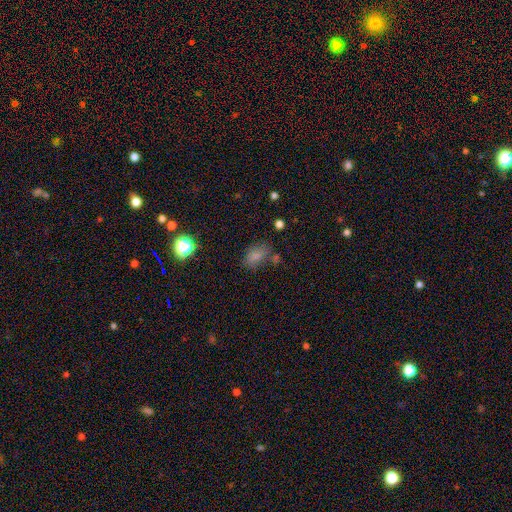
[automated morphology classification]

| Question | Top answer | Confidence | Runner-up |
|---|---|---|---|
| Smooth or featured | smooth | 77% | star or artifact (16%) |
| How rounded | in between | 82% | round (16%) |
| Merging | none | 63% | minor disturbance (21%) |